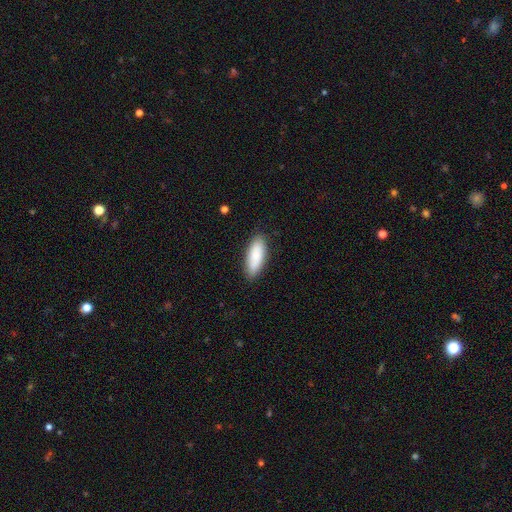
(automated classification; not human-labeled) A smooth galaxy with no disk features (87%) that is in between round and cigar-shaped (69%). Merging: none (87%).